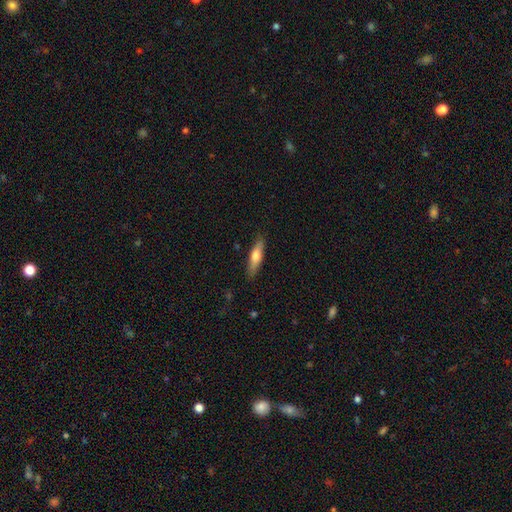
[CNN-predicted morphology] Smooth or featured?
  - smooth: 65% *
  - featured or disk: 29%
  - star or artifact: 6%
How rounded?
  - cigar-shaped: 70% *
  - in between: 28%
  - round: 2%
Merging?
  - none: 86% *
  - minor disturbance: 11%
  - major disturbance: 2%
  - merger: 1%